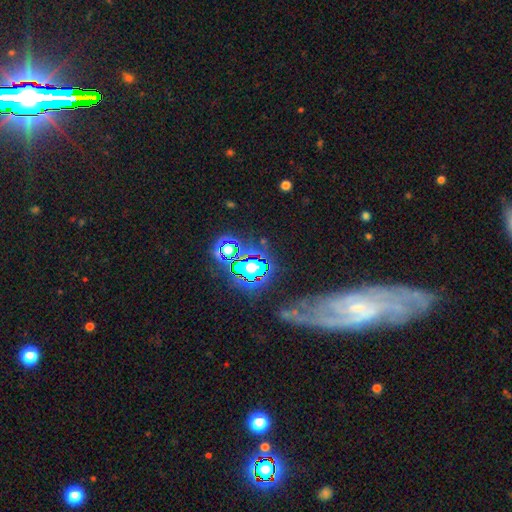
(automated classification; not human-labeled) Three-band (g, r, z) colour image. It shows a featured or disk galaxy (62%). Merging: none (80%).